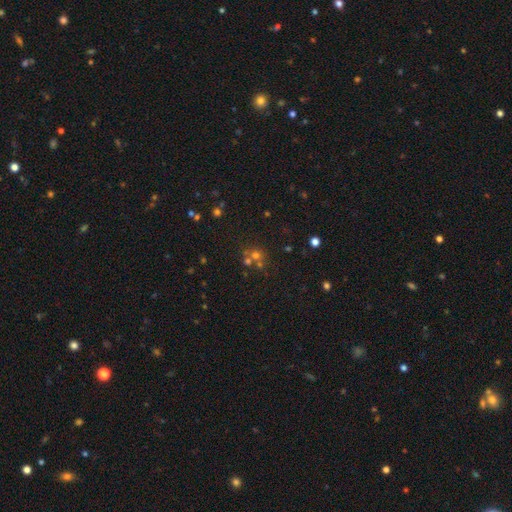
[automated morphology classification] smooth 49%, star or artifact 37%, featured or disk 14%. Down the decision tree: merging — none (57%).